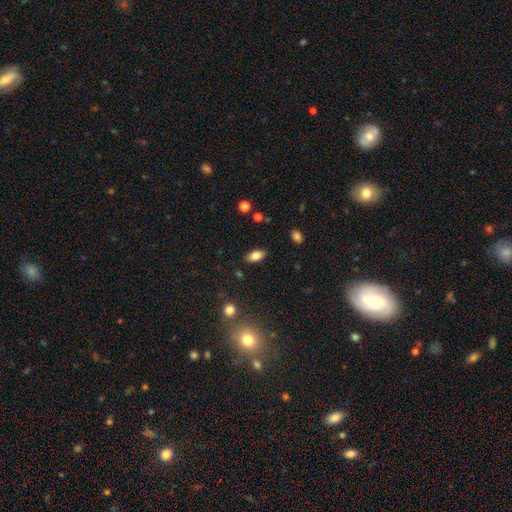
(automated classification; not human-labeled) smooth 82%, featured or disk 9%, star or artifact 9%. Down the decision tree: how rounded — in between (90%); merging — none (86%).